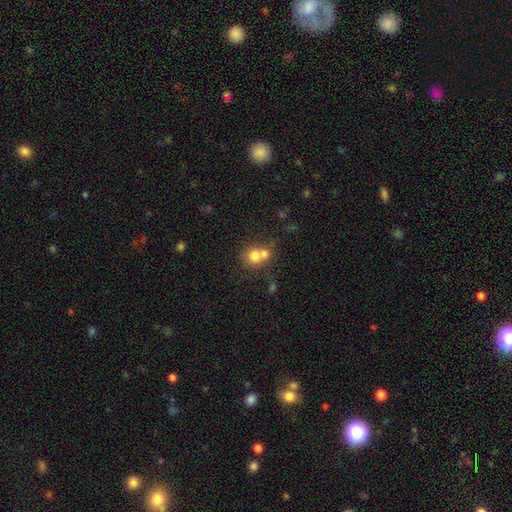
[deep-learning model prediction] smooth-or-featured: smooth: 75% | featured or disk: 14% | star or artifact: 11%
  how-rounded: round: 82% | in between: 17% | cigar-shaped: 1%
  merging: merger: 54% | none: 36% | minor disturbance: 6% | major disturbance: 3%